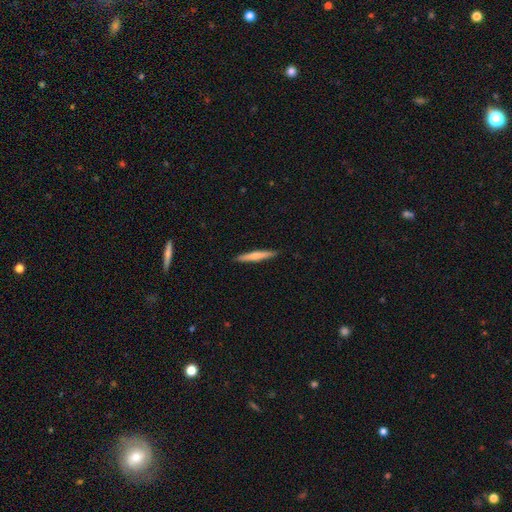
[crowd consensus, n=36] Smooth or featured? 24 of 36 (67%) said smooth. How rounded? 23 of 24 (96%) said cigar-shaped. Merging? 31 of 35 (89%) said none.